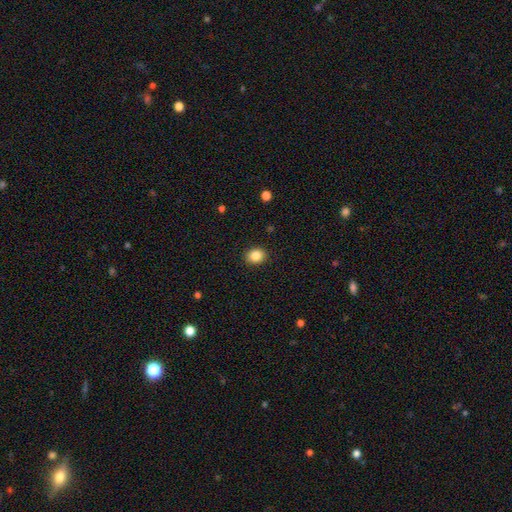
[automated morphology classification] This appears to be a smooth galaxy with no disk features (86%) that is round (62%). Merging: none (90%).